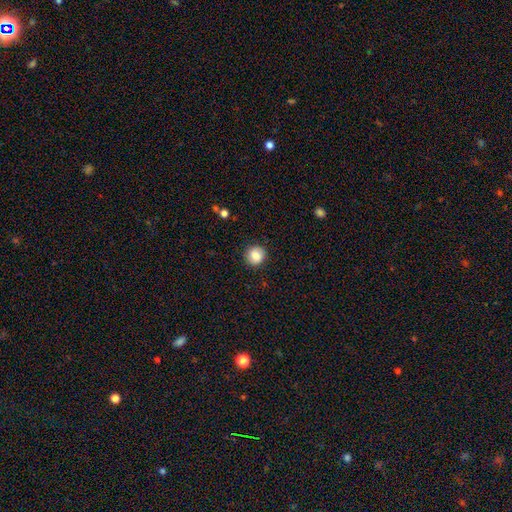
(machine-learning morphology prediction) smooth_or_featured: smooth (p=0.83) [alt: star or artifact p=0.09]
how_rounded: round (p=0.89) [alt: in between p=0.10]
merging: none (p=0.88) [alt: minor disturbance p=0.08]